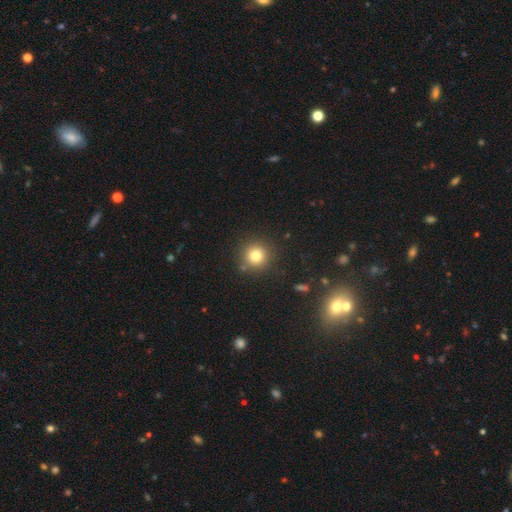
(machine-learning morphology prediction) Q: Smooth or featured?
A: smooth (79%); runner-up: star or artifact (13%)
Q: How rounded?
A: round (94%); runner-up: in between (5%)
Q: Merging?
A: none (86%); runner-up: minor disturbance (8%)